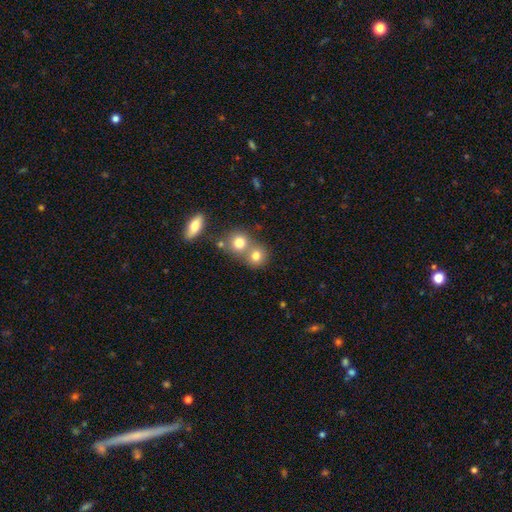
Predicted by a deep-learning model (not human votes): Smooth or featured: smooth — 78% (star or artifact — 12%)
How rounded: round — 84% (in between — 15%)
Merging: none — 46% (merger — 45%)